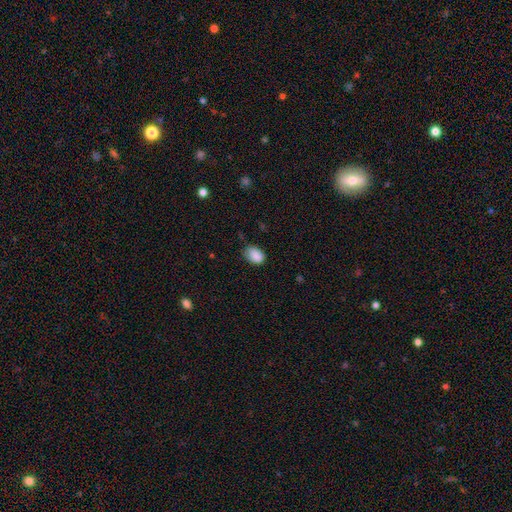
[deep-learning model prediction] Smooth or featured? smooth (87%)
How rounded? in between (81%)
Merging? none (65%)